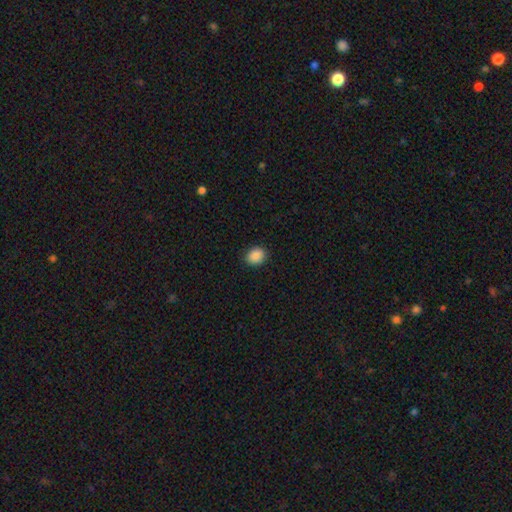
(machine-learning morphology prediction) Smooth or featured? smooth (89%)
How rounded? round (57%)
Merging? none (89%)